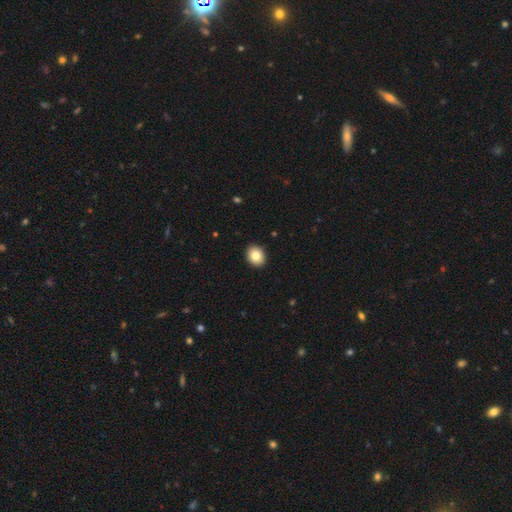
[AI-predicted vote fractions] smooth 82%, featured or disk 9%, star or artifact 9%. Down the decision tree: how rounded — round (57%); merging — none (92%).